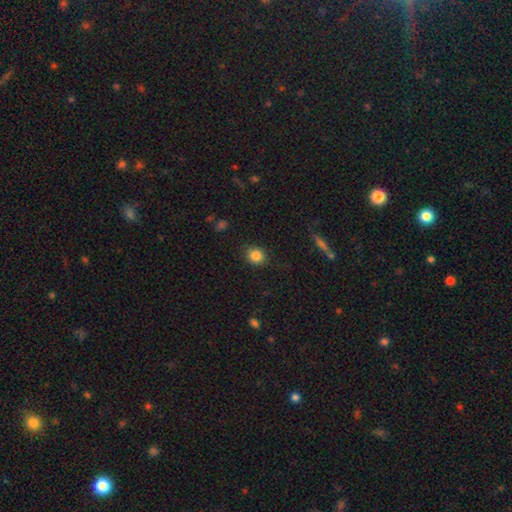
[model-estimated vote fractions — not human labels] Smooth or featured?
  - smooth: 84% *
  - star or artifact: 10%
  - featured or disk: 6%
How rounded?
  - round: 77% *
  - in between: 21%
  - cigar-shaped: 1%
Merging?
  - none: 87% *
  - minor disturbance: 9%
  - major disturbance: 3%
  - merger: 1%